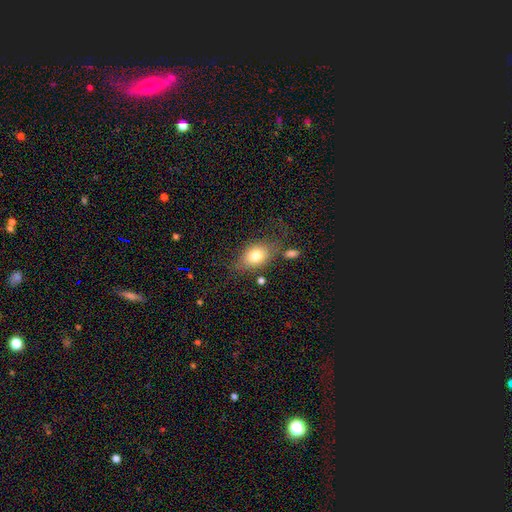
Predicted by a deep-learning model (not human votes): smooth_or_featured: smooth (p=0.75) [alt: featured or disk p=0.16]
how_rounded: in between (p=0.70) [alt: round p=0.27]
merging: none (p=0.59) [alt: minor disturbance p=0.21]